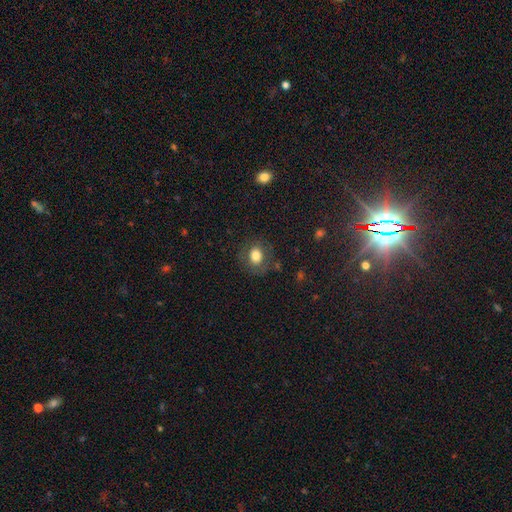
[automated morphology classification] smooth_or_featured: smooth (p=0.76) [alt: featured or disk p=0.14]
how_rounded: round (p=0.59) [alt: in between p=0.40]
merging: none (p=0.78) [alt: minor disturbance p=0.14]